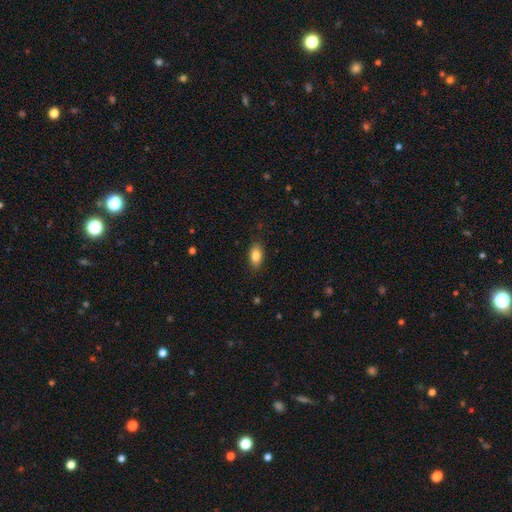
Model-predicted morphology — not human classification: Overall: smooth (85%). How rounded: in between (89%). Merging: none (87%).